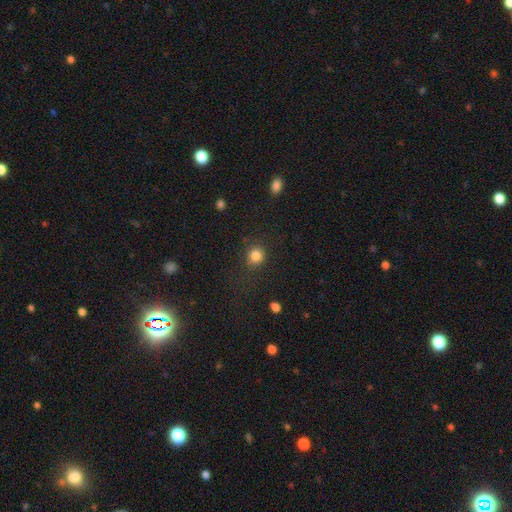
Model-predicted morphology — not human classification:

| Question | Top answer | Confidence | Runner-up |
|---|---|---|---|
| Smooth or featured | smooth | 84% | star or artifact (11%) |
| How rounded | round | 86% | in between (13%) |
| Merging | none | 83% | minor disturbance (10%) |